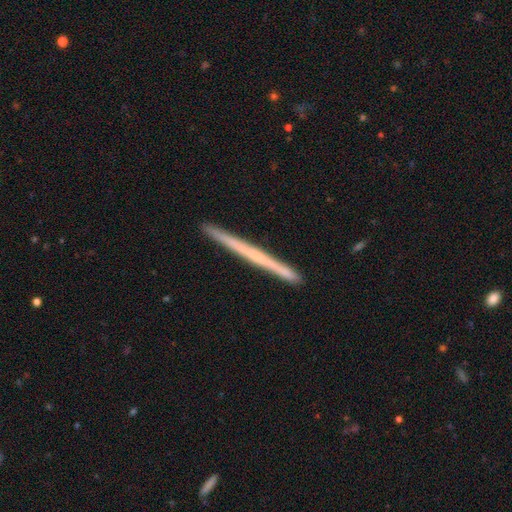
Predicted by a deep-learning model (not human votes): Smooth or featured?
  - featured or disk: 54% *
  - smooth: 41%
  - star or artifact: 6%
Edge-on disk?
  - yes: 98% *
  - no: 2%
Edge-on bulge?
  - none: 88% *
  - rounded: 8%
  - boxy: 3%
Merging?
  - none: 92% *
  - minor disturbance: 6%
  - merger: 1%
  - major disturbance: 1%